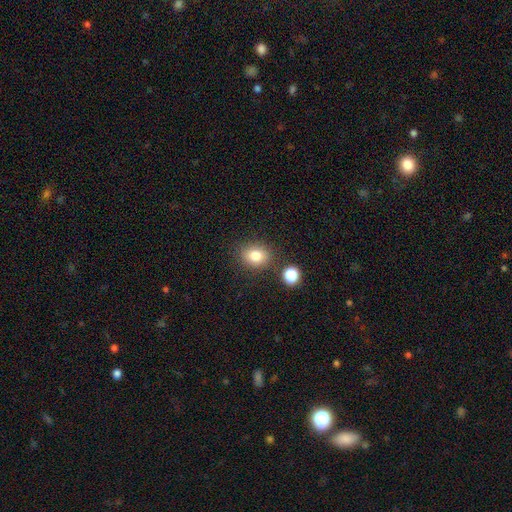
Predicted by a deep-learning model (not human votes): This appears to be a smooth galaxy with no disk features (81%) that is round (55%). Merging: none (79%).